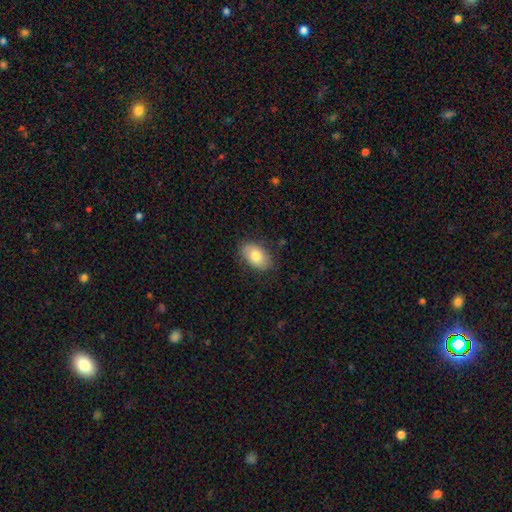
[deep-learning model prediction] A smooth galaxy with no disk features (80%) that is in between round and cigar-shaped (91%).

Vote fractions:
- Smooth or featured? smooth: 80% / featured or disk: 14% / star or artifact: 7%
- How rounded? in between: 91% / round: 8% / cigar-shaped: 1%
- Merging? none: 81% / minor disturbance: 14% / major disturbance: 3% / merger: 1%